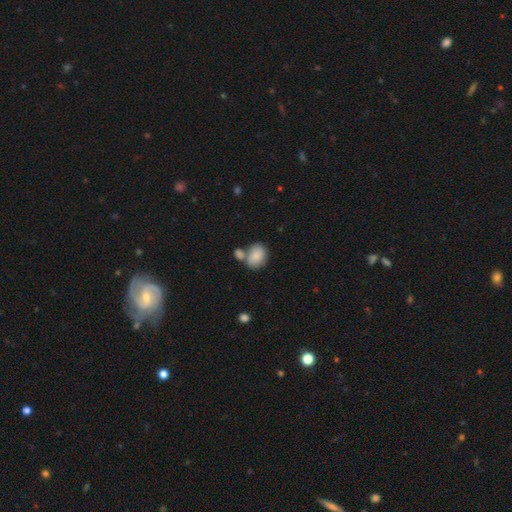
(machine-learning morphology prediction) Smooth or featured? smooth (82%)
How rounded? in between (61%)
Merging? none (41%)